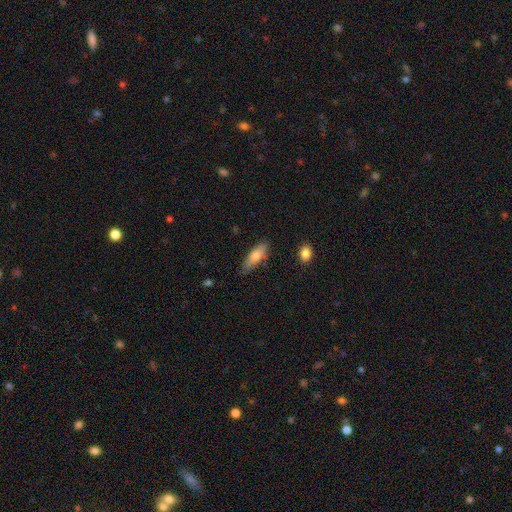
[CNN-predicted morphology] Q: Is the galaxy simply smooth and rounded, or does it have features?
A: smooth — 68%.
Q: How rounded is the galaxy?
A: in between — 52%.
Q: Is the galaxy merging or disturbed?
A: none — 78%.